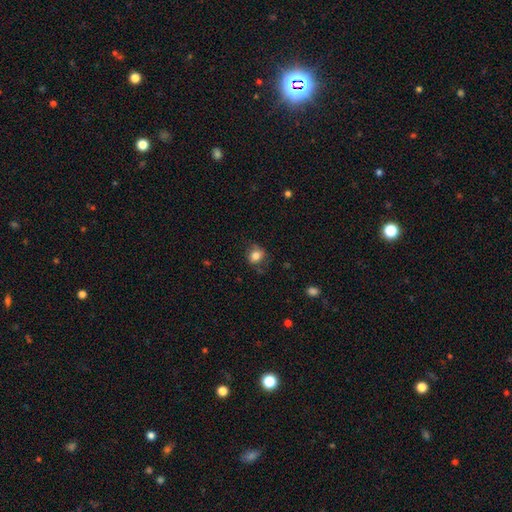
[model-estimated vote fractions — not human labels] smooth_or_featured: smooth (p=0.81) [alt: star or artifact p=0.10]
how_rounded: round (p=0.67) [alt: in between p=0.32]
merging: none (p=0.69) [alt: minor disturbance p=0.22]